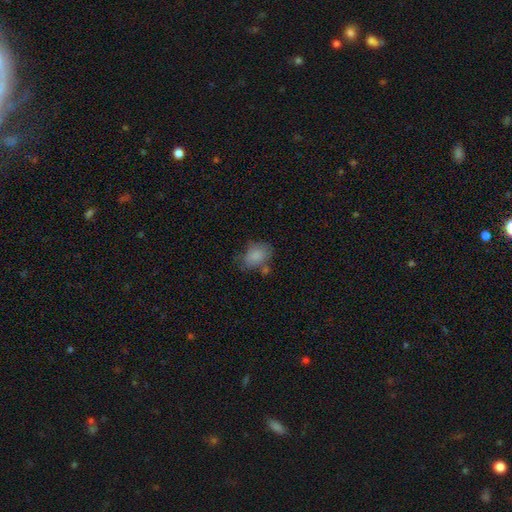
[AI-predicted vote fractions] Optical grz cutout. It shows a smooth galaxy with no disk features (83%) that is in between round and cigar-shaped (74%). Merging: none (52%).